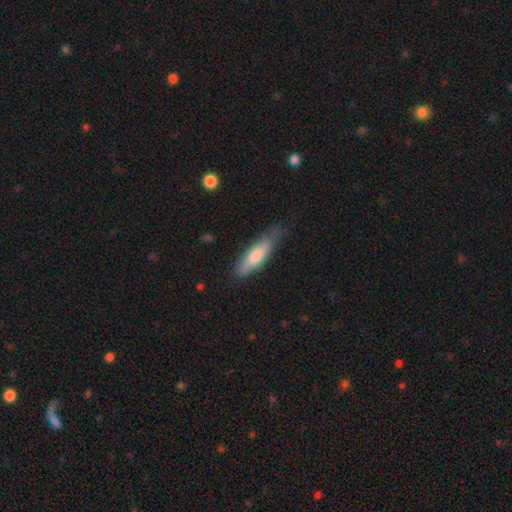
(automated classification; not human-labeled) Morphology: type=smooth (70%); roundness=cigar-shaped (64%); merging=none (65%).